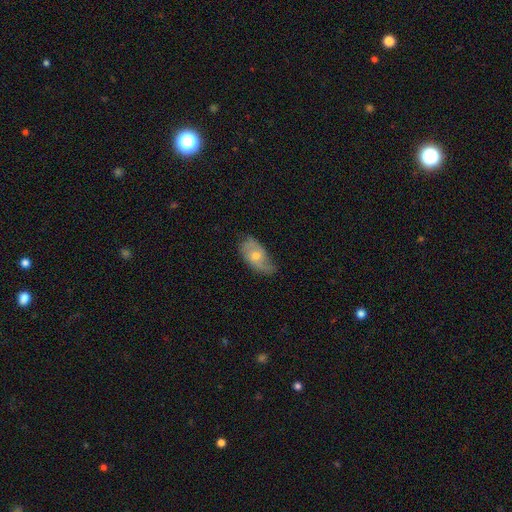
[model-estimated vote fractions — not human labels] Smooth or featured? featured or disk (53%)
Edge-on disk? no (91%)
Merging? none (62%)